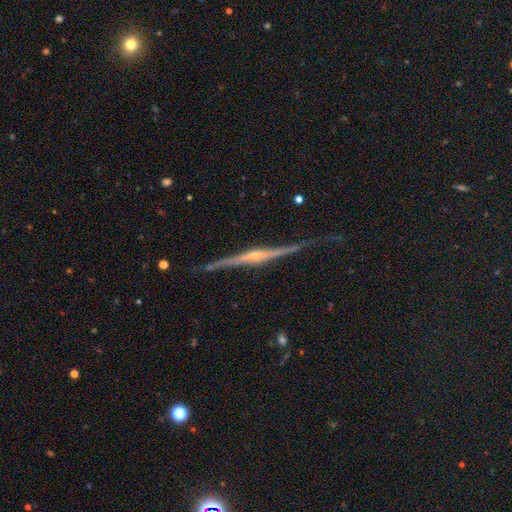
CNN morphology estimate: Smooth or featured: featured or disk — 87% (smooth — 7%)
Edge-on disk: yes — 97% (no — 3%)
Edge-on bulge: rounded — 75% (none — 15%)
Merging: none — 77% (minor disturbance — 17%)